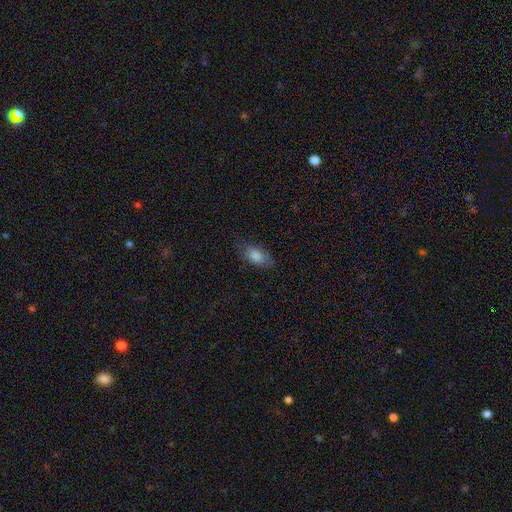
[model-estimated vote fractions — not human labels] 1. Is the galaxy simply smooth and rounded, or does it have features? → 81% smooth, 11% featured or disk, 8% star or artifact.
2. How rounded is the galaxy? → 89% in between, 6% cigar-shaped, 6% round.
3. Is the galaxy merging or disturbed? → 72% none, 21% minor disturbance, 6% major disturbance, 1% merger.